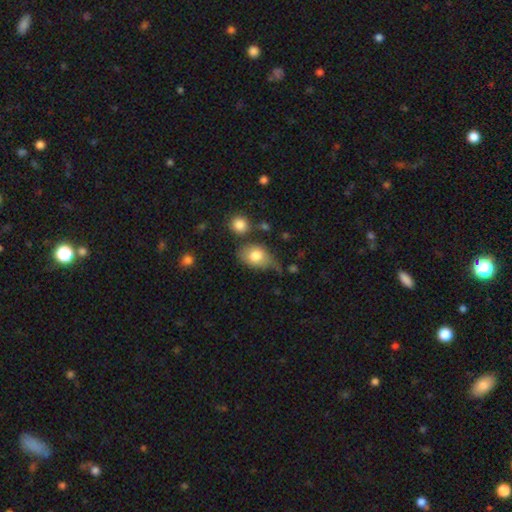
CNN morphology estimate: smooth 77%, featured or disk 15%, star or artifact 8%. Down the decision tree: how rounded — in between (74%); merging — none (46%).